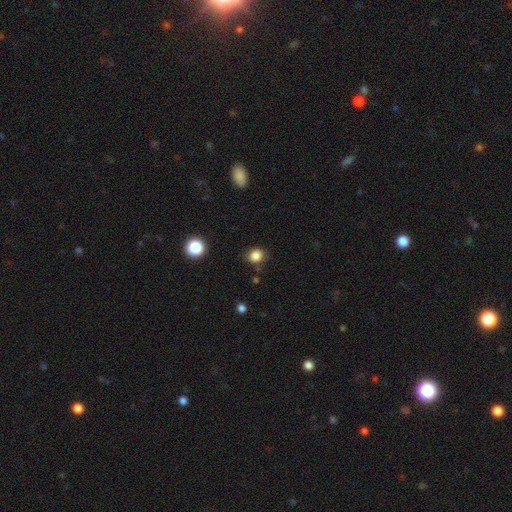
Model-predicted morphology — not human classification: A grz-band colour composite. It shows a smooth galaxy with no disk features (84%) that is round (76%). Merging: none (83%).